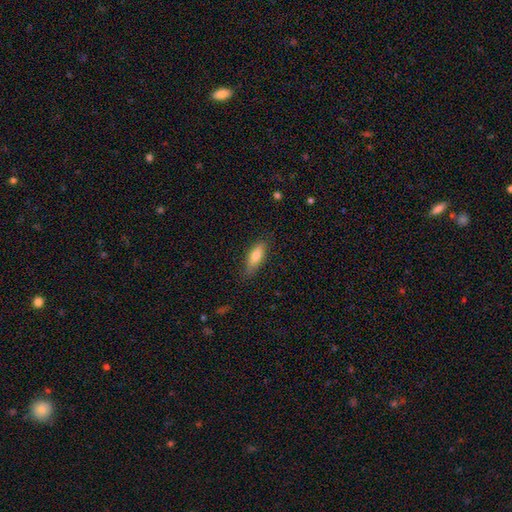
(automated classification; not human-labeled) Smooth or featured?
  - smooth: 70% *
  - featured or disk: 23%
  - star or artifact: 7%
How rounded?
  - in between: 57% *
  - cigar-shaped: 40%
  - round: 2%
Merging?
  - none: 81% *
  - minor disturbance: 15%
  - major disturbance: 3%
  - merger: 1%